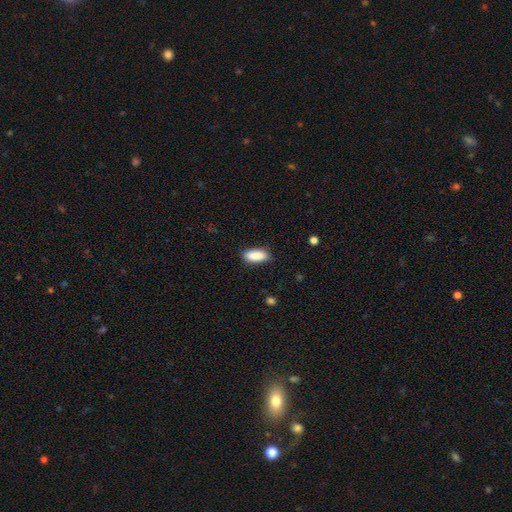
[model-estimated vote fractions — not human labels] smooth_or_featured: smooth (p=0.90) [alt: star or artifact p=0.07]
how_rounded: in between (p=0.85) [alt: cigar-shaped p=0.13]
merging: none (p=0.85) [alt: minor disturbance p=0.11]